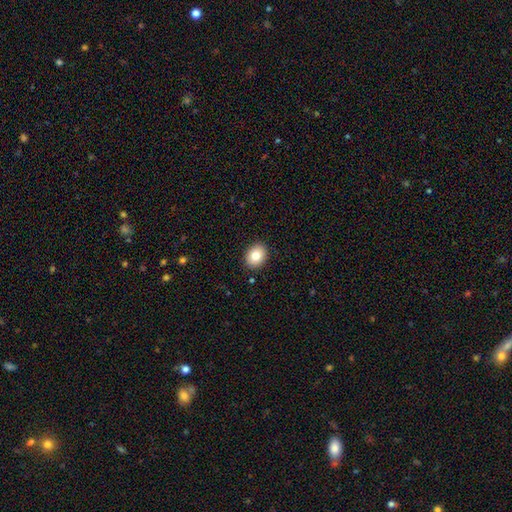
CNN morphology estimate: The model was most divided on "how rounded": in between: 58%, round: 42%, cigar-shaped: 1%. More confident: merging — none (90%); smooth or featured — smooth (81%).